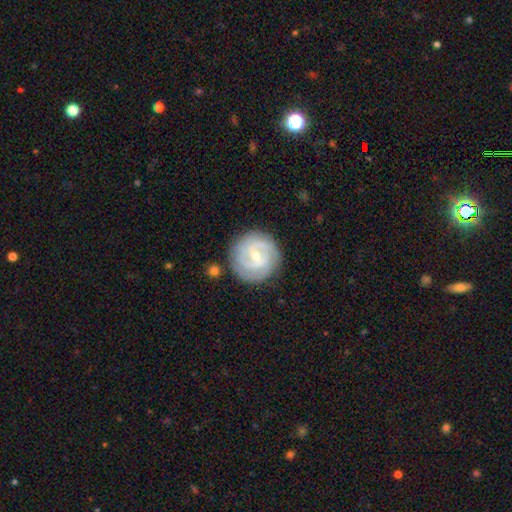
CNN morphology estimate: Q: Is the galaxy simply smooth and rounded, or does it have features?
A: featured or disk — 81%.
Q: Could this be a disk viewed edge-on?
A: no — 98%.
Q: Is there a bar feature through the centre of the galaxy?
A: weak — 53%.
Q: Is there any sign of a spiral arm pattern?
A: yes — 95%.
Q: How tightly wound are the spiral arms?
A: tight — 62%.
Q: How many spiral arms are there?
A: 2 — 45%.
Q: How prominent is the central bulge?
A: small — 67%.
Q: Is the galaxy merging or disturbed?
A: none — 82%.